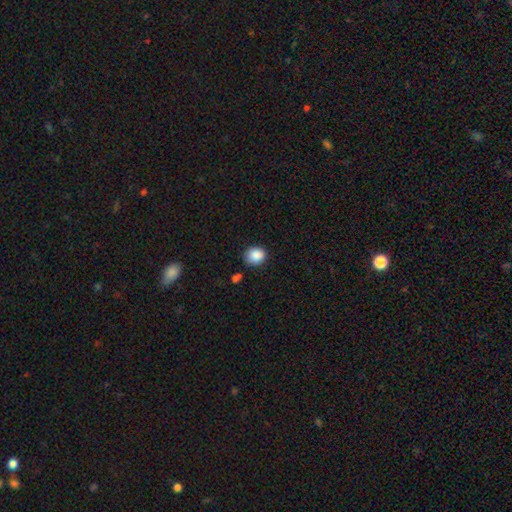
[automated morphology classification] Smooth or featured?
  - smooth: 88% *
  - star or artifact: 9%
  - featured or disk: 3%
How rounded?
  - round: 76% *
  - in between: 23%
  - cigar-shaped: 1%
Merging?
  - none: 79% *
  - minor disturbance: 15%
  - major disturbance: 3%
  - merger: 3%